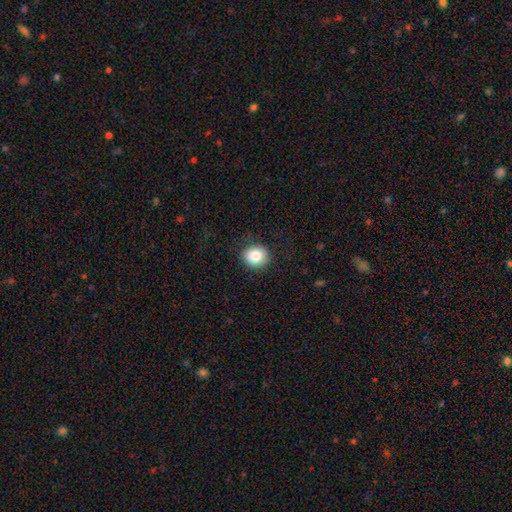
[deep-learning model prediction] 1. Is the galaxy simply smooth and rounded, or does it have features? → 84% smooth, 9% star or artifact, 7% featured or disk.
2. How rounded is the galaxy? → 83% round, 16% in between, 1% cigar-shaped.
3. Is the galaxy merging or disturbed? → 87% none, 9% minor disturbance, 3% major disturbance, 1% merger.